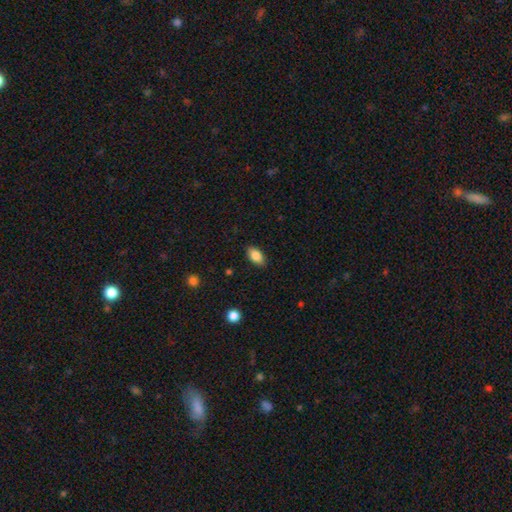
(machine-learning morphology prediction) Smooth or featured? Predicted: smooth (p=0.85). How rounded? Predicted: in between (p=0.92). Merging? Predicted: none (p=0.87).